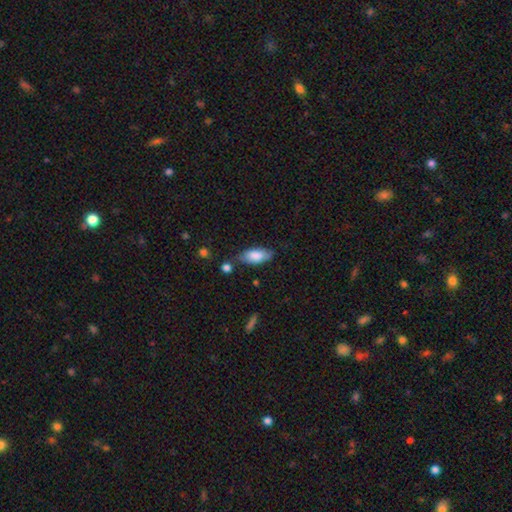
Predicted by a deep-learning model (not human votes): A smooth galaxy with no disk features (80%) that is in between round and cigar-shaped (84%). Merging: none (64%).